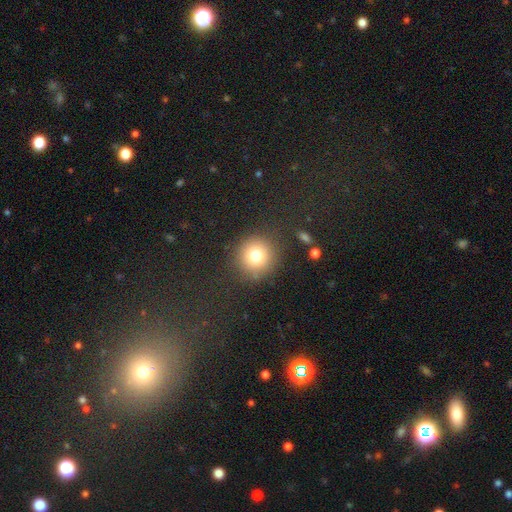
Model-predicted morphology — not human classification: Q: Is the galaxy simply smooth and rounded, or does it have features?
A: smooth — 78%.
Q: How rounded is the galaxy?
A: round — 92%.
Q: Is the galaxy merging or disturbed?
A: none — 86%.